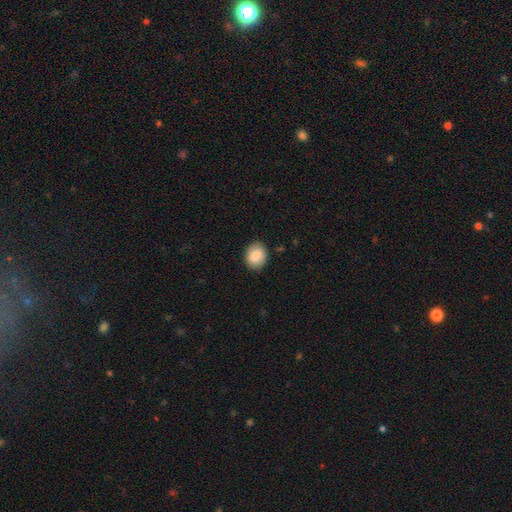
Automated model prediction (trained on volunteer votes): Overall: smooth (85%). How rounded: in between (53%; round 47%). Merging: none (87%).